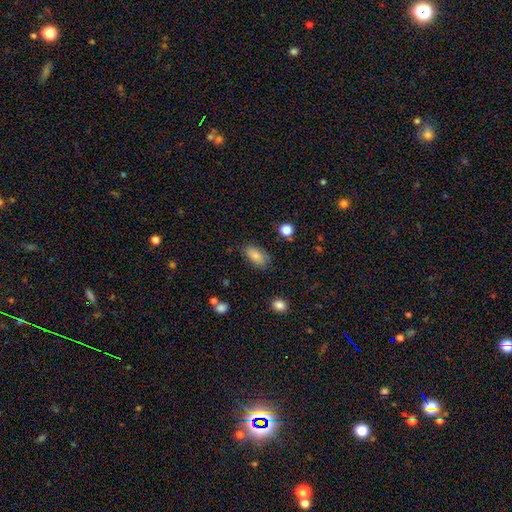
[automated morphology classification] The model was most divided on "merging": none: 80%, minor disturbance: 14%, major disturbance: 4%, merger: 2%. More confident: how rounded — in between (91%); smooth or featured — smooth (85%).